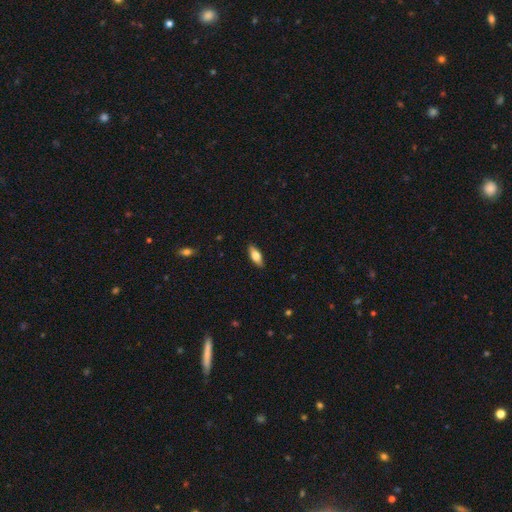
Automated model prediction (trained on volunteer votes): The model was most divided on "smooth or featured": smooth: 66%, featured or disk: 28%, star or artifact: 6%. More confident: merging — none (89%); how rounded — in between (75%).